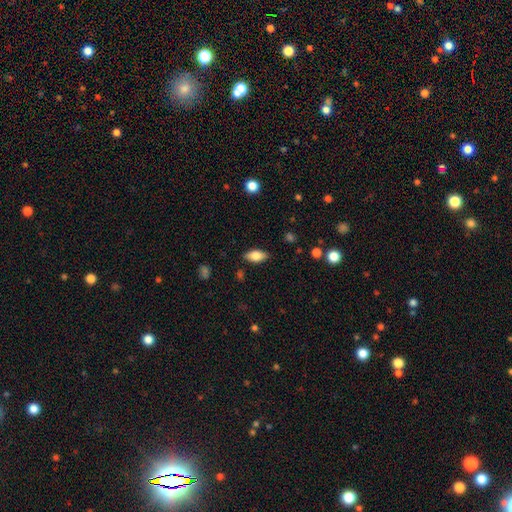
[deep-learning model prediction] This is likely a smooth galaxy (77%). How rounded: clearly in between (88%). Merging: clearly none (86%).